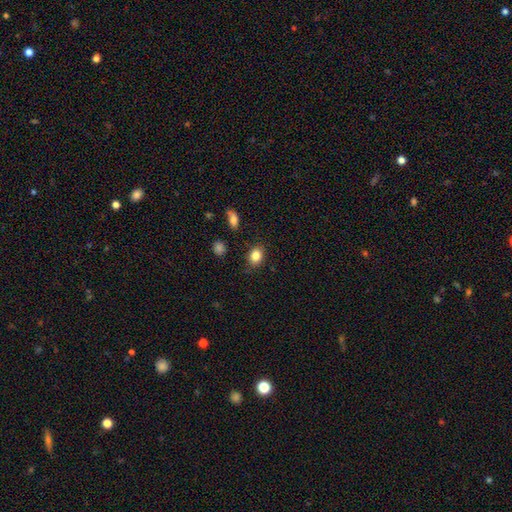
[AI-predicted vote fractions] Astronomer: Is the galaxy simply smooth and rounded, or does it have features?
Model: smooth — 84%.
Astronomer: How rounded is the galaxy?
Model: in between — 58% (runner-up: round, 40%).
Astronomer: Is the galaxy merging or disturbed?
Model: none — 83%.